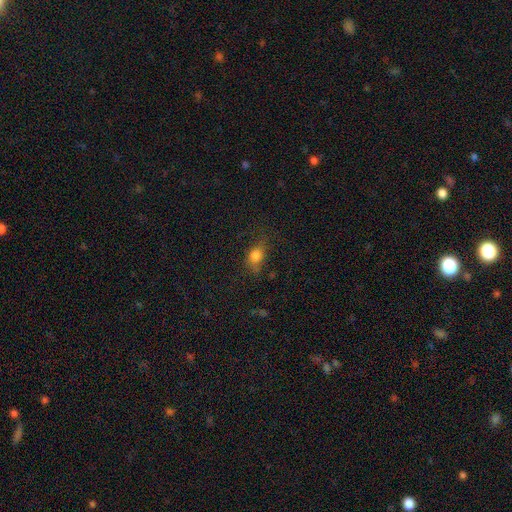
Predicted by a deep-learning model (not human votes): smooth-or-featured: smooth: 76% | star or artifact: 13% | featured or disk: 11%
  how-rounded: in between: 58% | round: 38% | cigar-shaped: 4%
  merging: none: 57% | minor disturbance: 26% | major disturbance: 14% | merger: 2%